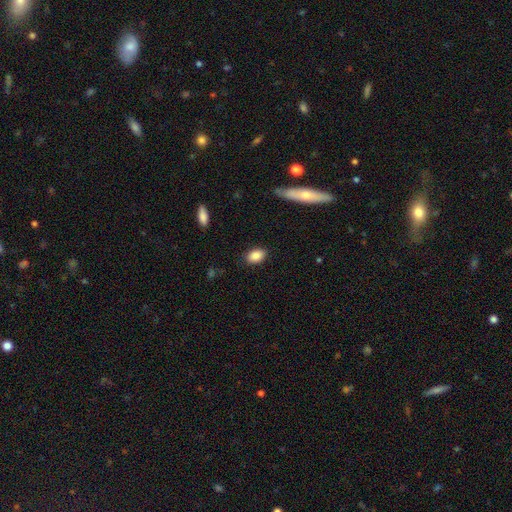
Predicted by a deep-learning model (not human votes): Smooth or featured: smooth — 88% (star or artifact — 7%)
How rounded: in between — 85% (round — 14%)
Merging: none — 86% (minor disturbance — 10%)